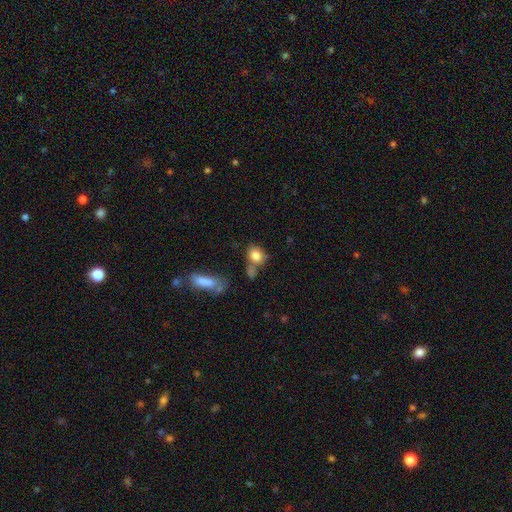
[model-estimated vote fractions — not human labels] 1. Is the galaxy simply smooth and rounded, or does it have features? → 82% smooth, 9% featured or disk, 9% star or artifact.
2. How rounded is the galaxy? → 51% in between, 46% round, 3% cigar-shaped.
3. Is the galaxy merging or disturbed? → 49% none, 24% merger, 18% minor disturbance, 8% major disturbance.